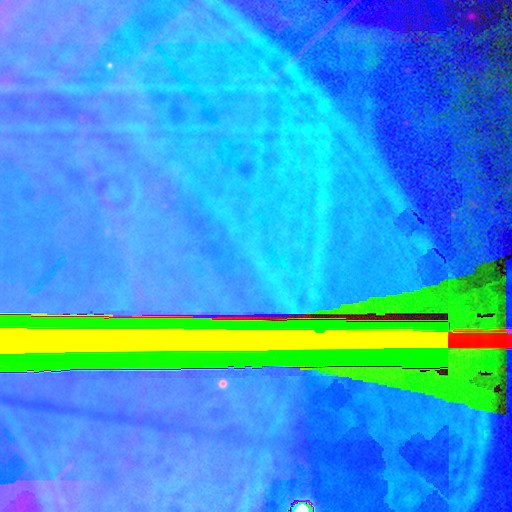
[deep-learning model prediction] This appears to be a star or artifact, not a galaxy (85%).